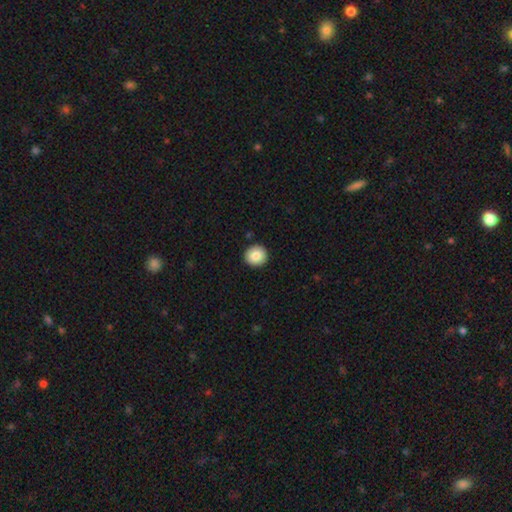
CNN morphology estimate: A smooth galaxy with no disk features (87%) that is round (93%).

Vote fractions:
- Smooth or featured? smooth: 87% / star or artifact: 8% / featured or disk: 5%
- How rounded? round: 93% / in between: 6% / cigar-shaped: 1%
- Merging? none: 92% / minor disturbance: 6% / major disturbance: 2% / merger: 1%